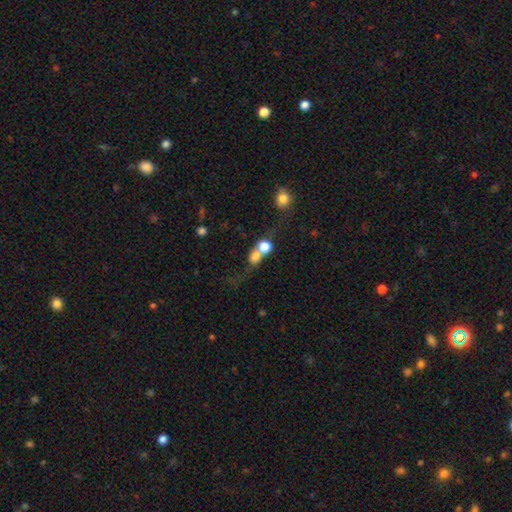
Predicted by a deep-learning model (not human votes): Smooth or featured: smooth — 70% (featured or disk — 16%)
How rounded: round — 76% (in between — 21%)
Merging: merger — 59% (none — 24%)